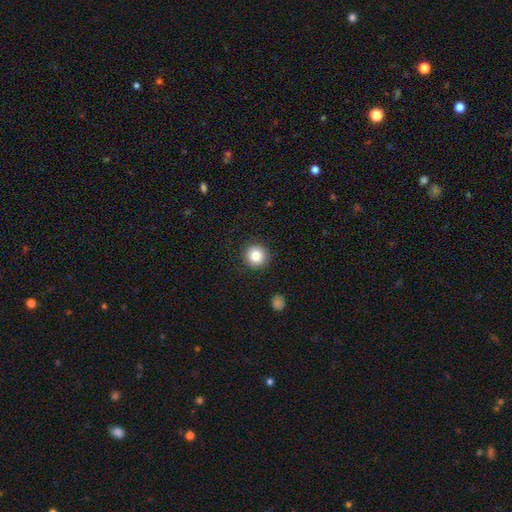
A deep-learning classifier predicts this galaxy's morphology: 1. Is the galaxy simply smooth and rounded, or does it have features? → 85% smooth, 9% star or artifact, 6% featured or disk.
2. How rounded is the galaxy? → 93% round, 6% in between, 1% cigar-shaped.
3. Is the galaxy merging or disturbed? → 90% none, 6% minor disturbance, 2% major disturbance, 1% merger.